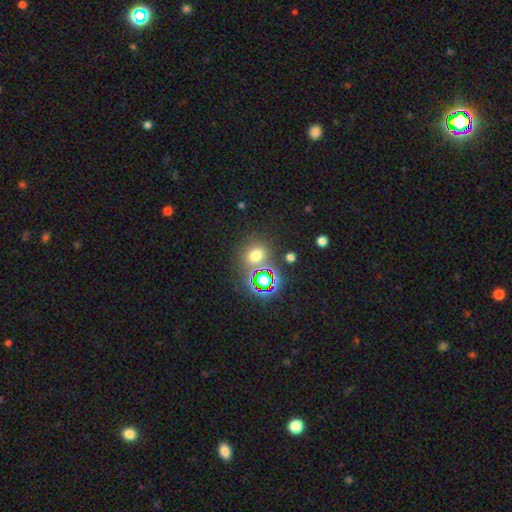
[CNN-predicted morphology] A smooth galaxy with no disk features (58%) that is round (68%).

Vote fractions:
- Smooth or featured? smooth: 58% / star or artifact: 33% / featured or disk: 9%
- How rounded? round: 68% / in between: 31% / cigar-shaped: 1%
- Merging? none: 70% / merger: 14% / minor disturbance: 11% / major disturbance: 5%